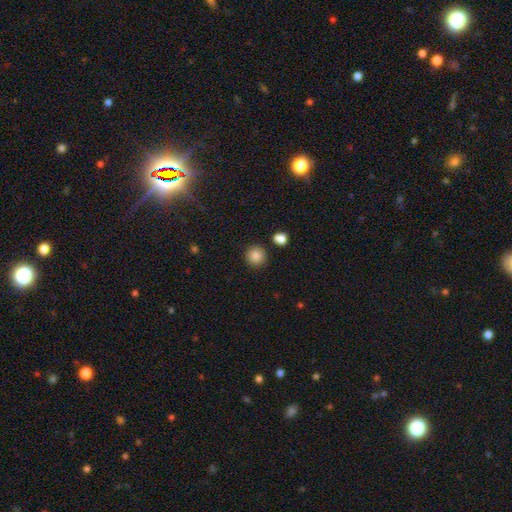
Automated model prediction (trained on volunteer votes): Q: Smooth or featured?
A: smooth (86%); runner-up: star or artifact (10%)
Q: How rounded?
A: round (93%); runner-up: in between (6%)
Q: Merging?
A: none (88%); runner-up: minor disturbance (6%)